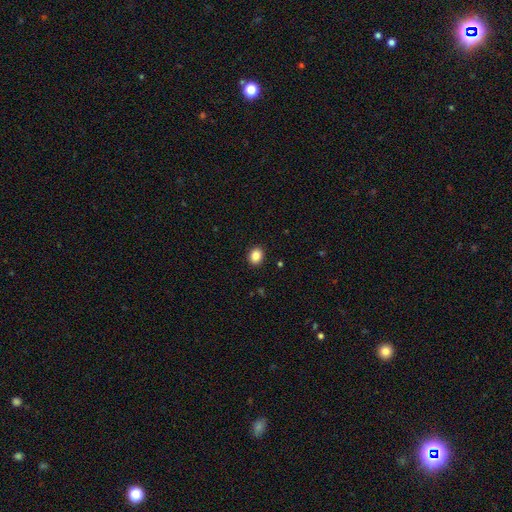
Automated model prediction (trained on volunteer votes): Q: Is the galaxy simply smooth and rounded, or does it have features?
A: smooth — 86%.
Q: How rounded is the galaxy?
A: round — 56%.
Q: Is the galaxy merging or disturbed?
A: none — 91%.